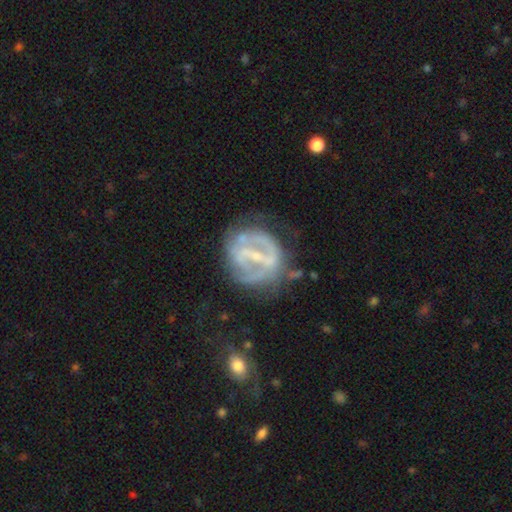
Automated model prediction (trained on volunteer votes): A featured or disk galaxy (77%) with a strong bar (56%), spiral arms (54%) and a small central bulge (60%).

Vote fractions:
- Smooth or featured? featured or disk: 77% / smooth: 15% / star or artifact: 8%
- Edge-on disk? no: 95% / yes: 5%
- Bar? strong: 56% / weak: 31% / no: 13%
- Spiral arms? yes: 54% / no: 46%
- Bulge size? small: 60% / moderate: 23% / none: 14% / large: 2% / dominant: 1%
- Merging? none: 57% / minor disturbance: 22% / major disturbance: 18% / merger: 4%